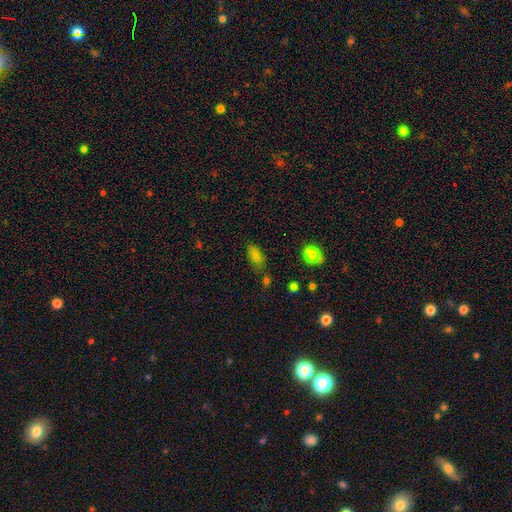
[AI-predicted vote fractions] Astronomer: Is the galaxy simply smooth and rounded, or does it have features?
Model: smooth — 76%.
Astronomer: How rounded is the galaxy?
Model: in between — 89%.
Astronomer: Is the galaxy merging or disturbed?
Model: none — 66%.